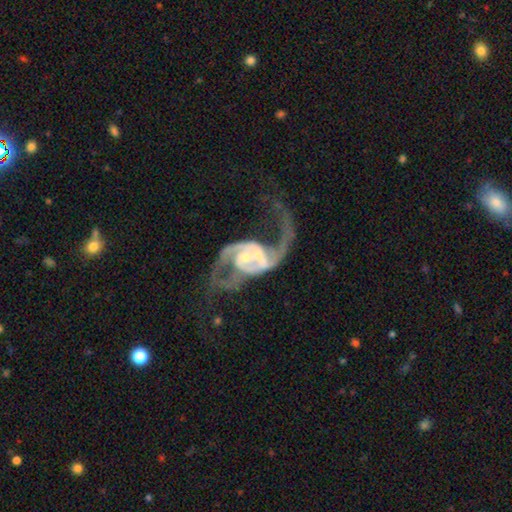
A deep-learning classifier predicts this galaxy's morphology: type=featured or disk (92%); edge-on=no (98%); bar=weak (41%); spiral arms=yes (97%); winding=loose (53%); arm count=2 (89%); bulge=small (55%); merging=none (41%).